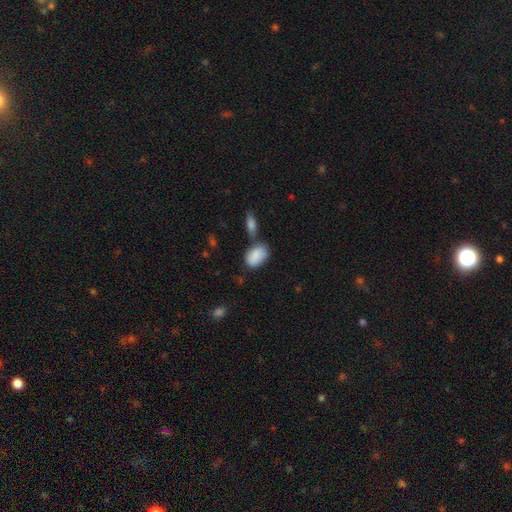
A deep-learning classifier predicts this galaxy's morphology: This appears to be a smooth galaxy with no disk features (86%) that is in between round and cigar-shaped (90%). Merging: none (47%).